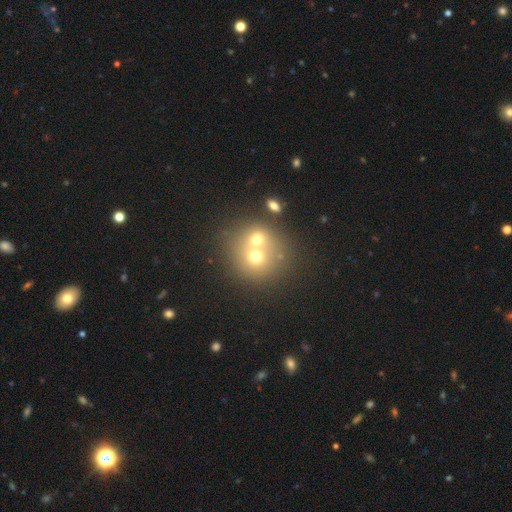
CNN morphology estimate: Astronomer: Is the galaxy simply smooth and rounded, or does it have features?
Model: smooth — 60%.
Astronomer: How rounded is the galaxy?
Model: round — 85%.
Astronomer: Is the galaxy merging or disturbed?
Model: merger — 56% (runner-up: none, 35%).